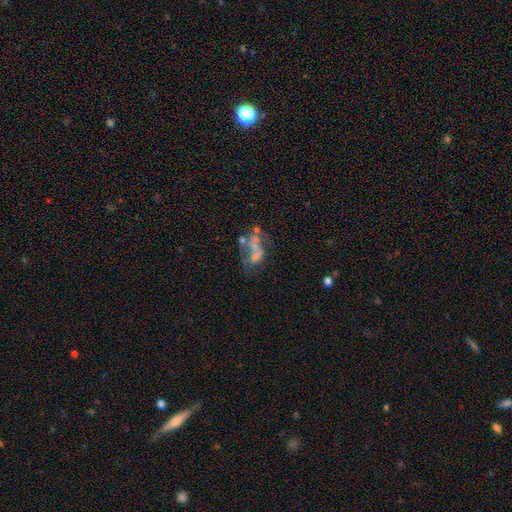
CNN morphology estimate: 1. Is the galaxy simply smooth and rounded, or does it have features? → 57% featured or disk, 25% smooth, 18% star or artifact.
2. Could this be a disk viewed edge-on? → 97% no, 3% yes.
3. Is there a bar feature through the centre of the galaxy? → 86% no, 10% weak, 3% strong.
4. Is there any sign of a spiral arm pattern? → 86% no, 14% yes.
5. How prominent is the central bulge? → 69% none, 16% small, 11% moderate, 3% large, 1% dominant.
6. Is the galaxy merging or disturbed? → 31% none, 28% major disturbance, 26% merger, 15% minor disturbance.